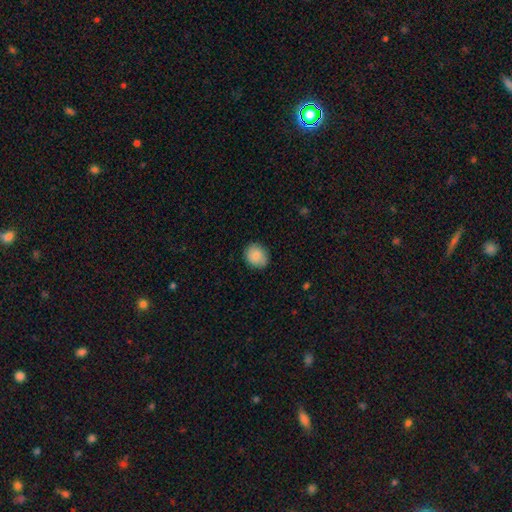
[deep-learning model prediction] A smooth galaxy with no disk features (88%) that is round (67%). Merging: none (84%).